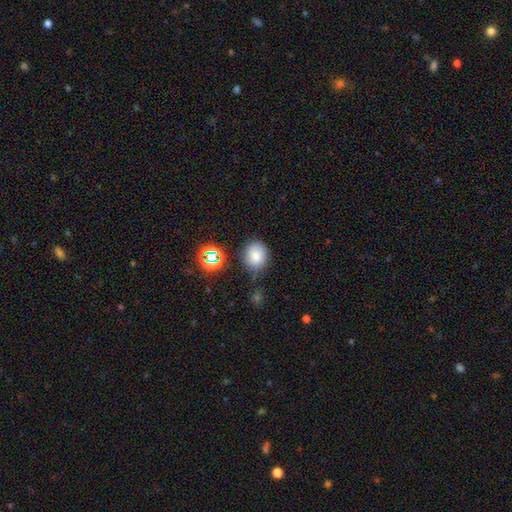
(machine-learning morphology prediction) Smooth or featured?
  - smooth: 76% *
  - star or artifact: 15%
  - featured or disk: 9%
How rounded?
  - round: 70% *
  - in between: 29%
  - cigar-shaped: 1%
Merging?
  - none: 67% *
  - minor disturbance: 22%
  - major disturbance: 6%
  - merger: 5%